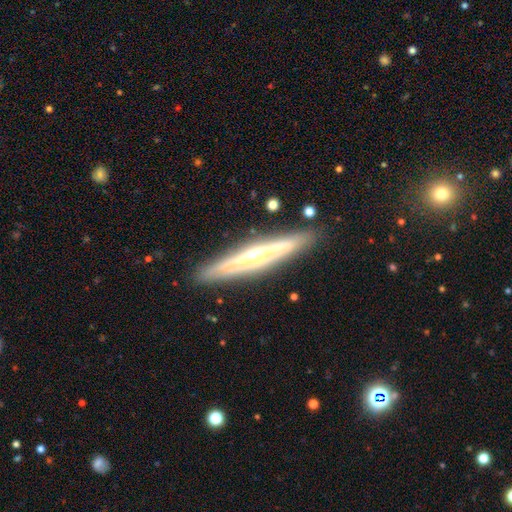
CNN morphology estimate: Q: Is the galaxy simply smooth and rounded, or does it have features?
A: featured or disk — 71%.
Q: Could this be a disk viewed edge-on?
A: yes — 93%.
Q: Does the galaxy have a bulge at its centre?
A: rounded — 69%.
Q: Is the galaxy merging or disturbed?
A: none — 88%.